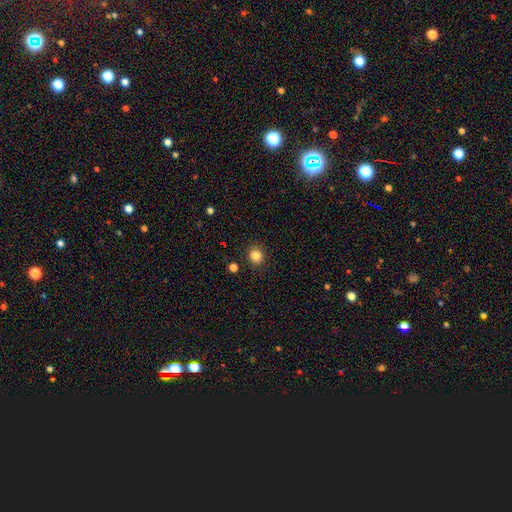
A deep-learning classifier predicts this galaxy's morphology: A smooth galaxy with no disk features (83%) that is round (86%). Merging: none (90%).